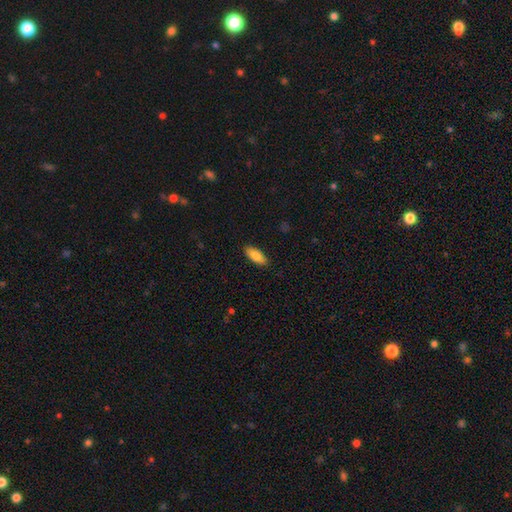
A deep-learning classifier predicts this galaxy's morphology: Q: Smooth or featured?
A: smooth (82%); runner-up: featured or disk (12%)
Q: How rounded?
A: in between (79%); runner-up: cigar-shaped (19%)
Q: Merging?
A: none (89%); runner-up: minor disturbance (8%)